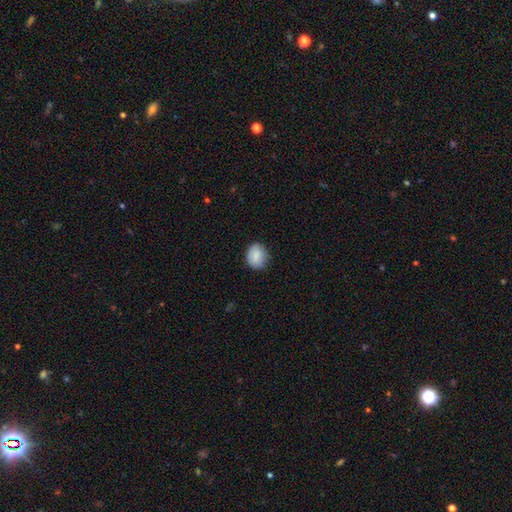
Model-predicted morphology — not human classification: smooth 86%, star or artifact 7%, featured or disk 6%. Down the decision tree: how rounded — round (58%); merging — none (78%).